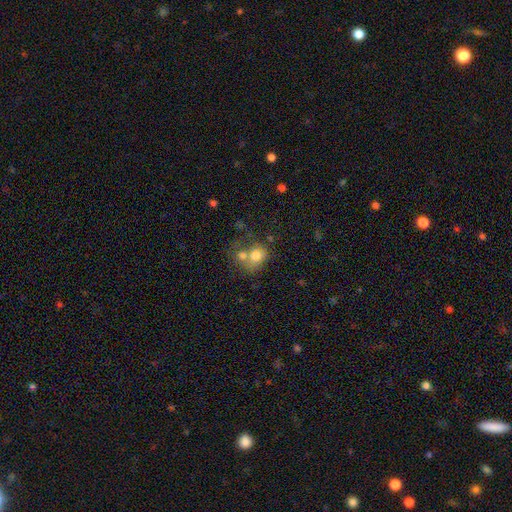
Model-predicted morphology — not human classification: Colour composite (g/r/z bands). It shows a smooth galaxy with no disk features (74%) that is round (60%). Merging: merger (53%).